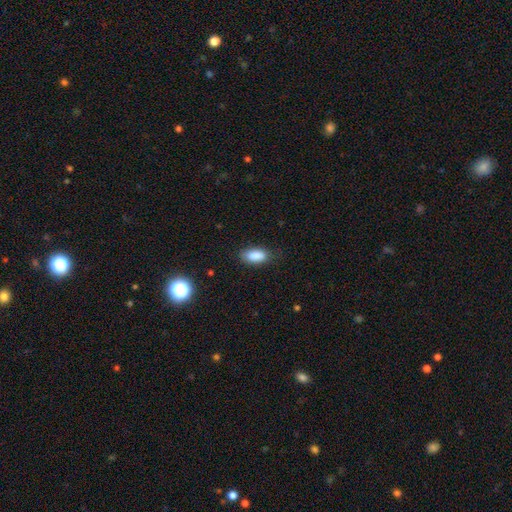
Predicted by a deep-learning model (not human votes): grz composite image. It shows a smooth galaxy with no disk features (87%) that is in between round and cigar-shaped (91%). Merging: none (77%).